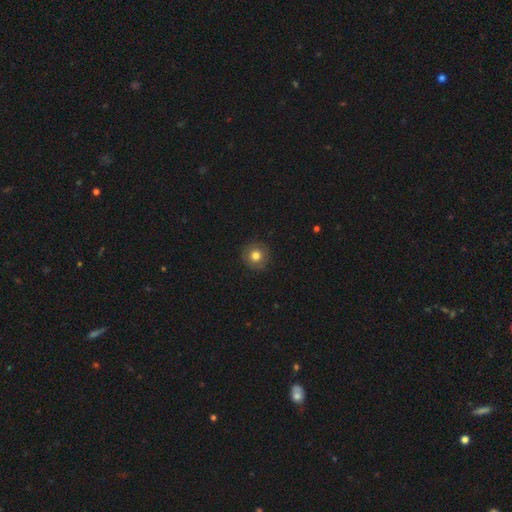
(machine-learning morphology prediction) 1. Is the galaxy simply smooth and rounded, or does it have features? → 78% smooth, 12% featured or disk, 10% star or artifact.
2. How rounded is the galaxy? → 94% round, 5% in between, 1% cigar-shaped.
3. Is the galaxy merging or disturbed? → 90% none, 7% minor disturbance, 2% major disturbance, 1% merger.